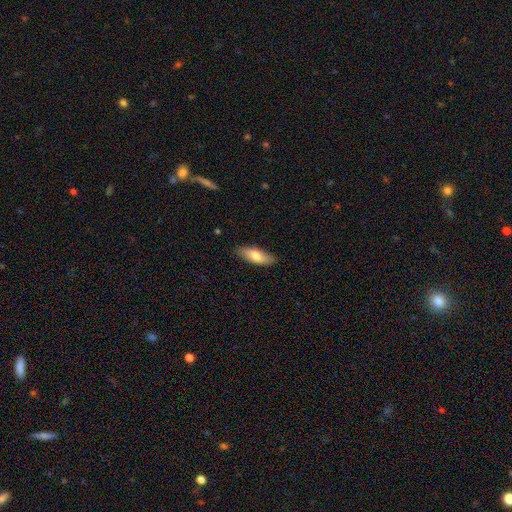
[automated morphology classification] type=smooth (77%); roundness=in between (65%); merging=none (84%).